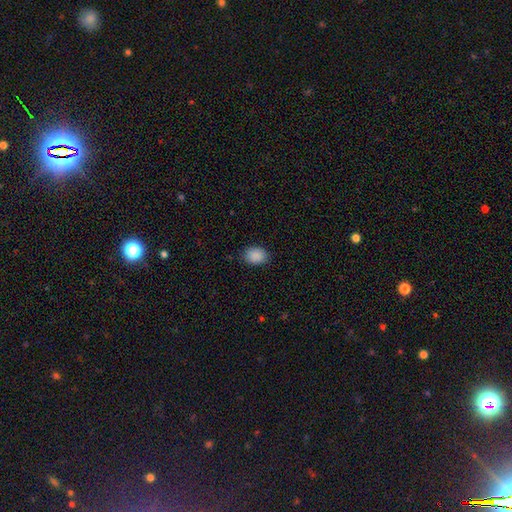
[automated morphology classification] Overall: smooth (89%). How rounded: in between (66%; round 34%). Merging: none (85%).